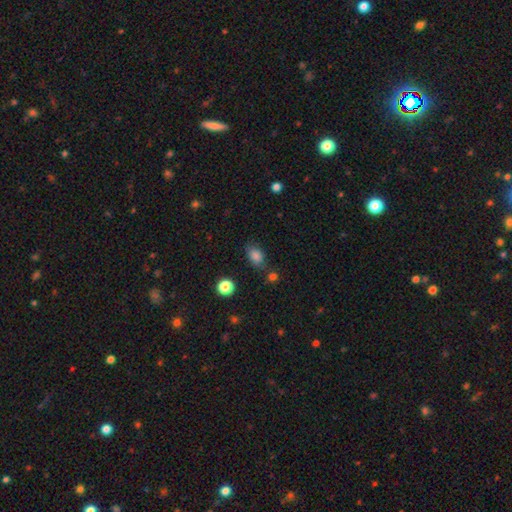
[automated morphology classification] A smooth galaxy with no disk features (82%) that is in between round and cigar-shaped (80%). Merging: none (67%).